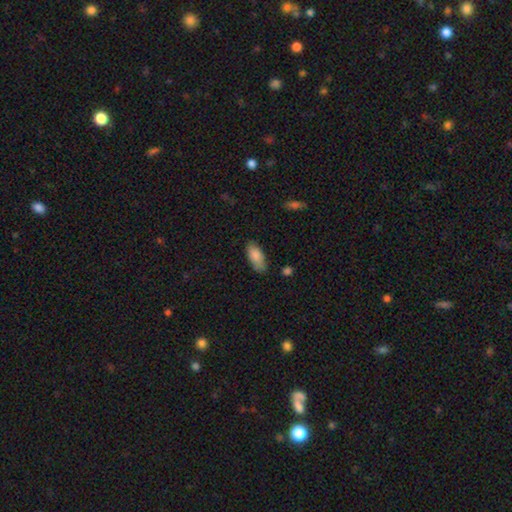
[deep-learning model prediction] A smooth galaxy with no disk features (85%) that is in between round and cigar-shaped (87%). Merging: none (74%).